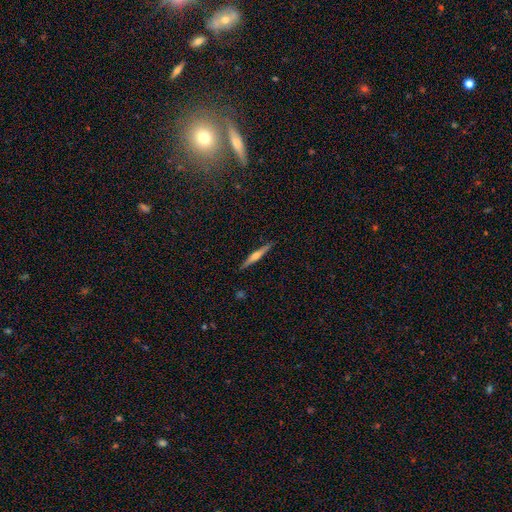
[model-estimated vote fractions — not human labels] The model was most divided on "smooth or featured": featured or disk: 62%, smooth: 32%, star or artifact: 6%. More confident: edge-on disk — yes (98%); merging — none (90%); edge-on bulge — rounded (82%).